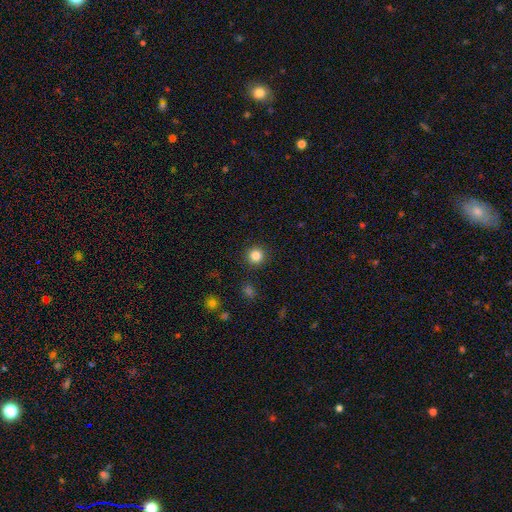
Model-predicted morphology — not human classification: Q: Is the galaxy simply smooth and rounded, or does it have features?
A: smooth — 84%.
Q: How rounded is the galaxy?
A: round — 94%.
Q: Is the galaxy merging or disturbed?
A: none — 91%.